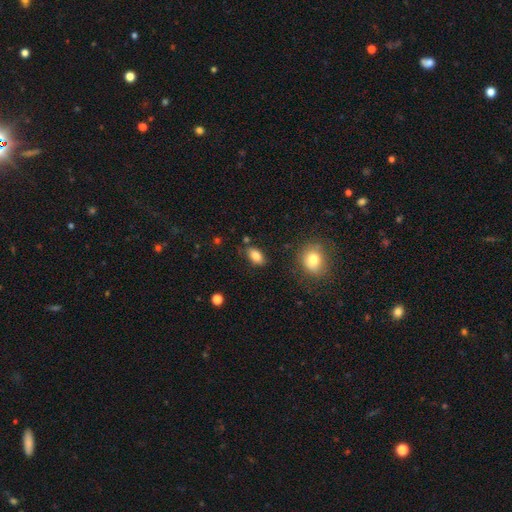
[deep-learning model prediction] A smooth galaxy with no disk features (85%) that is in between round and cigar-shaped (90%).

Vote fractions:
- Smooth or featured? smooth: 85% / star or artifact: 8% / featured or disk: 7%
- How rounded? in between: 90% / round: 7% / cigar-shaped: 3%
- Merging? none: 82% / minor disturbance: 12% / major disturbance: 3% / merger: 3%